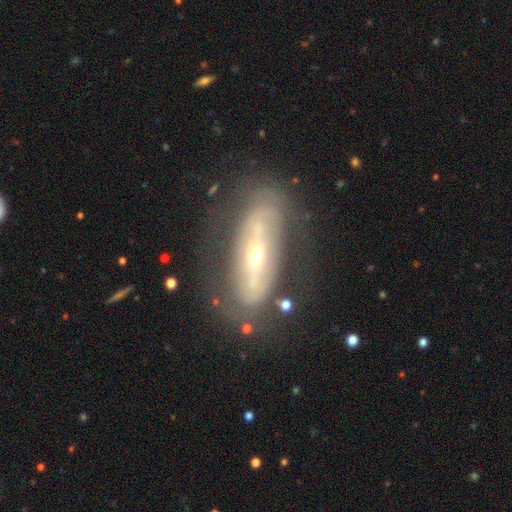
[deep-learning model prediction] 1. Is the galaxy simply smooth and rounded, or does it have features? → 73% featured or disk, 20% smooth, 7% star or artifact.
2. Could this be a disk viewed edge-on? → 75% no, 25% yes.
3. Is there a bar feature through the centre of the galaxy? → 47% no, 31% strong, 21% weak.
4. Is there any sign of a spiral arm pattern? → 57% no, 43% yes.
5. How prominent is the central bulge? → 57% small, 39% moderate, 2% large, 1% dominant, 1% none.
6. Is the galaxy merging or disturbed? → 72% none, 16% minor disturbance, 10% major disturbance, 2% merger.